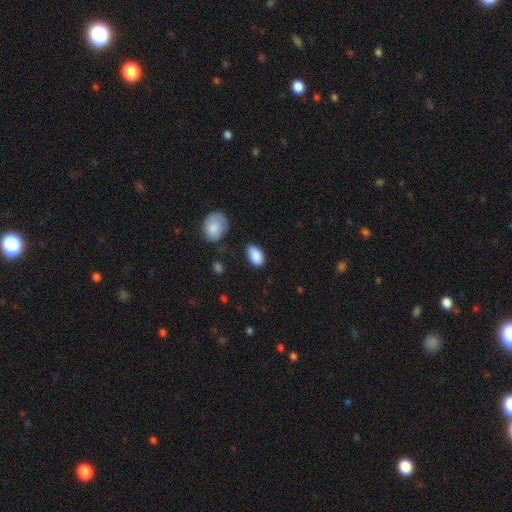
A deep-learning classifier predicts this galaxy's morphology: Overall: smooth (89%). How rounded: in between (93%). Merging: none (75%).